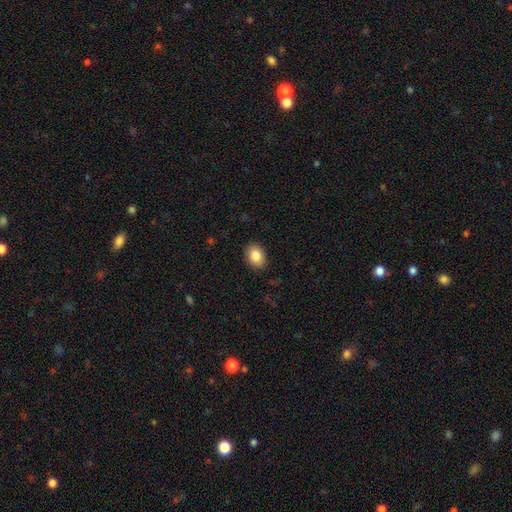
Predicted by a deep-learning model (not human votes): Overall: smooth (85%). How rounded: in between (69%; round 30%). Merging: none (90%).